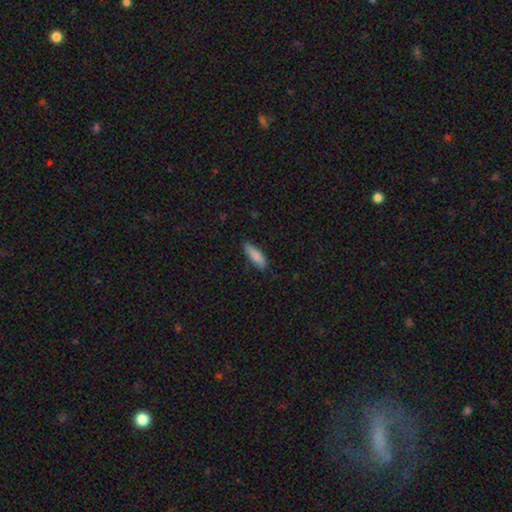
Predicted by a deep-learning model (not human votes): Smooth or featured? smooth (86%)
How rounded? cigar-shaped (54%)
Merging? none (77%)